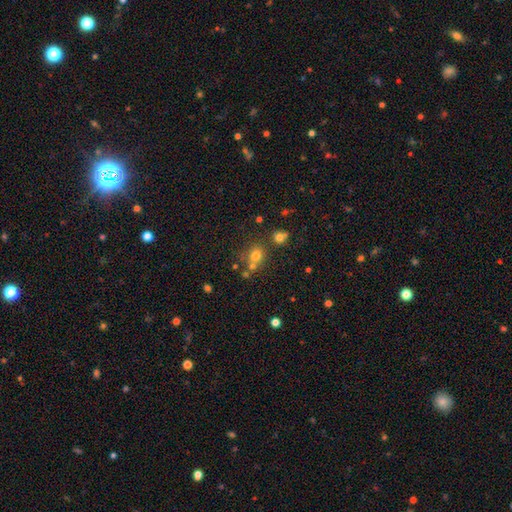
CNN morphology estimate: Q: Smooth or featured?
A: smooth (70%); runner-up: star or artifact (19%)
Q: How rounded?
A: round (75%); runner-up: in between (24%)
Q: Merging?
A: none (55%); runner-up: merger (29%)